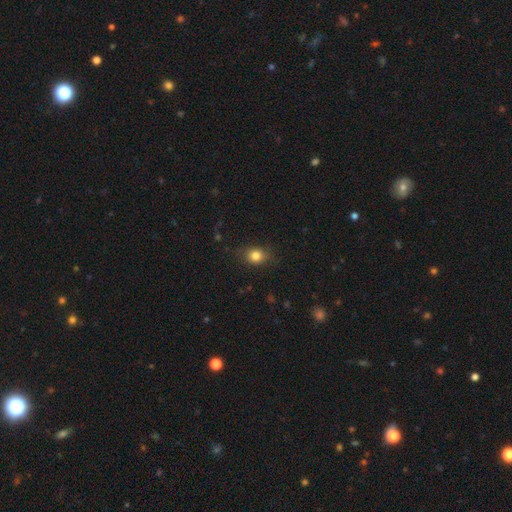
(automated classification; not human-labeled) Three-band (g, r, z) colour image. It shows a smooth galaxy with no disk features (82%) that is round (54%). Merging: none (78%).